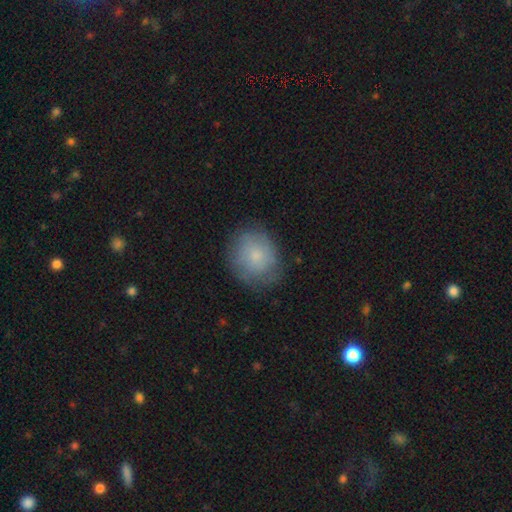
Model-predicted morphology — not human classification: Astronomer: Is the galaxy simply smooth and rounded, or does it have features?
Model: smooth — 71%.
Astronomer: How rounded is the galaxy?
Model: round — 68%.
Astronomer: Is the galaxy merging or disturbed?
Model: none — 73%.